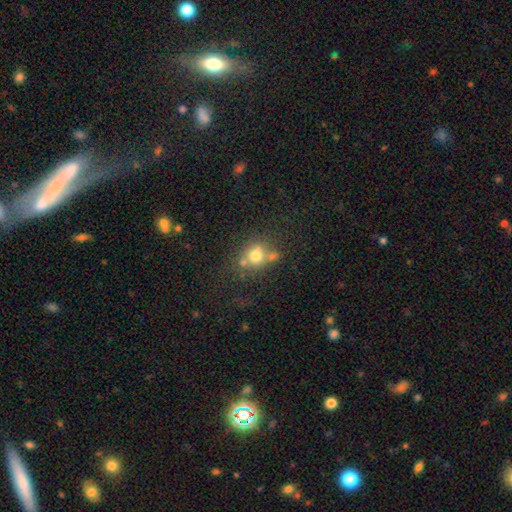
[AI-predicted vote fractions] Overall: smooth (66%). How rounded: round (74%). Merging: none (49%; merger 30%).